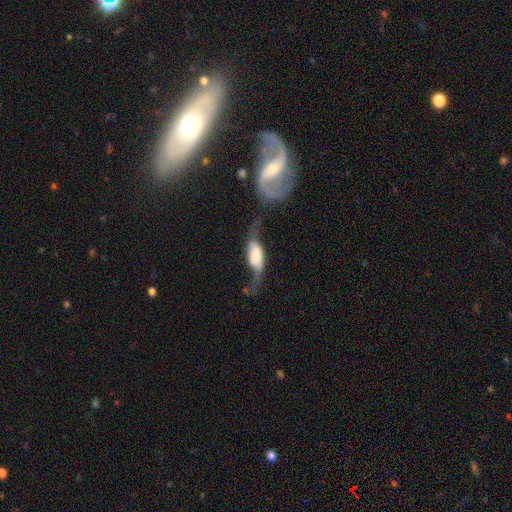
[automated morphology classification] Q: Smooth or featured?
A: featured or disk (57%); runner-up: smooth (35%)
Q: Edge-on disk?
A: no (72%); runner-up: yes (28%)
Q: Merging?
A: major disturbance (39%); runner-up: none (28%)